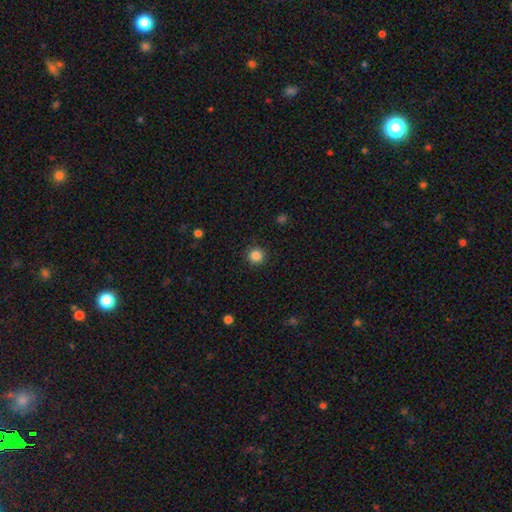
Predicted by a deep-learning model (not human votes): Smooth or featured?
  - smooth: 85% *
  - star or artifact: 11%
  - featured or disk: 3%
How rounded?
  - round: 95% *
  - in between: 4%
  - cigar-shaped: 1%
Merging?
  - none: 92% *
  - minor disturbance: 5%
  - major disturbance: 2%
  - merger: 1%